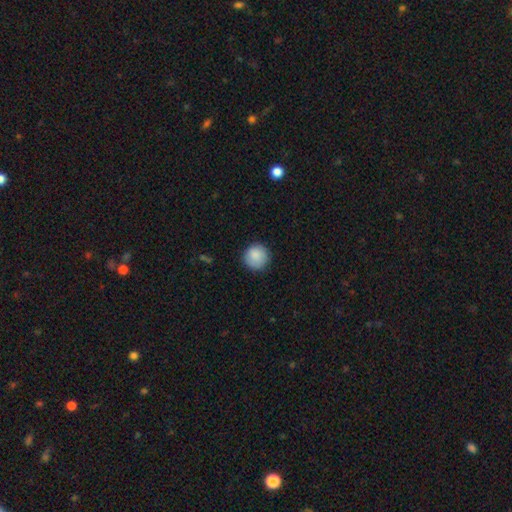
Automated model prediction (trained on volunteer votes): Smooth or featured?
  - smooth: 88% *
  - star or artifact: 8%
  - featured or disk: 5%
How rounded?
  - round: 94% *
  - in between: 5%
  - cigar-shaped: 1%
Merging?
  - none: 87% *
  - minor disturbance: 10%
  - major disturbance: 2%
  - merger: 1%